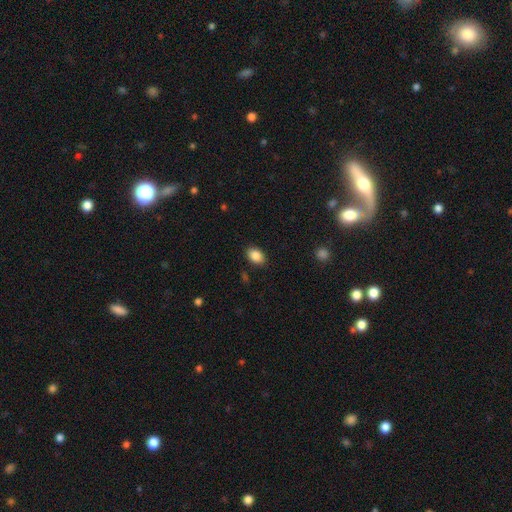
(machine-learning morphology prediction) Overall: smooth (87%). How rounded: in between (84%). Merging: none (87%).